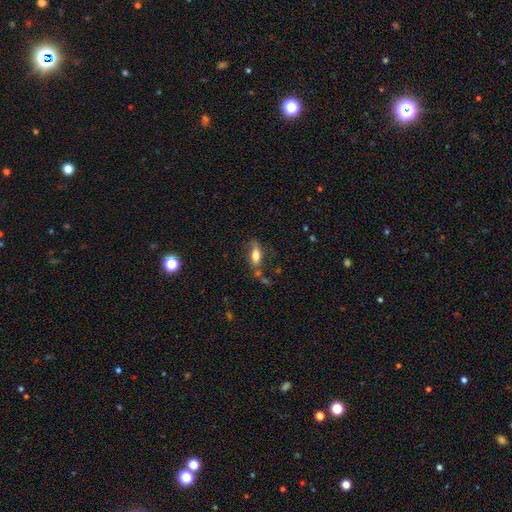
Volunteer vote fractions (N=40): Morphology: type=smooth (82%); roundness=in between (52%); merging=none (62%).